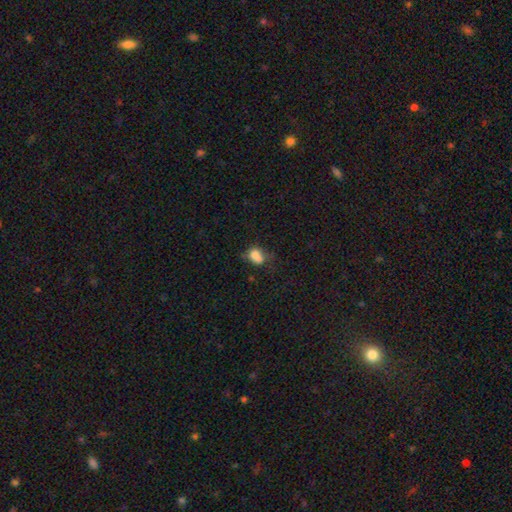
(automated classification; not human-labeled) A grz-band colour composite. It shows a smooth galaxy with no disk features (75%) that is in between round and cigar-shaped (54%). Merging: none (36%).